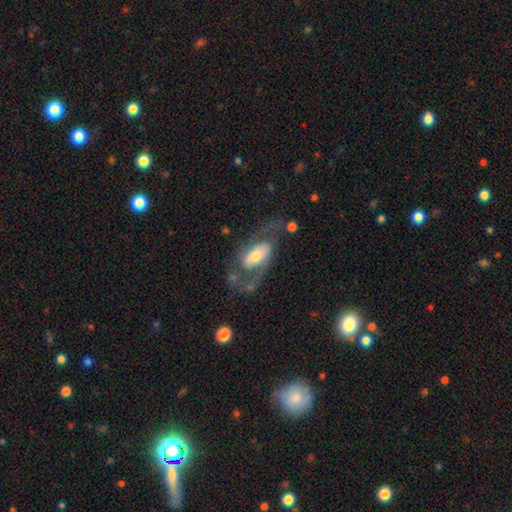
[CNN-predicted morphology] Smooth or featured? Predicted: featured or disk (p=0.79). Edge-on disk? Predicted: no (p=0.95). Bar? Predicted: weak (p=0.37). Spiral arms? Predicted: yes (p=0.89). Spiral winding? Predicted: medium (p=0.49). Spiral arm count? Predicted: 2 (p=0.87). Bulge size? Predicted: moderate (p=0.51). Merging? Predicted: none (p=0.60).